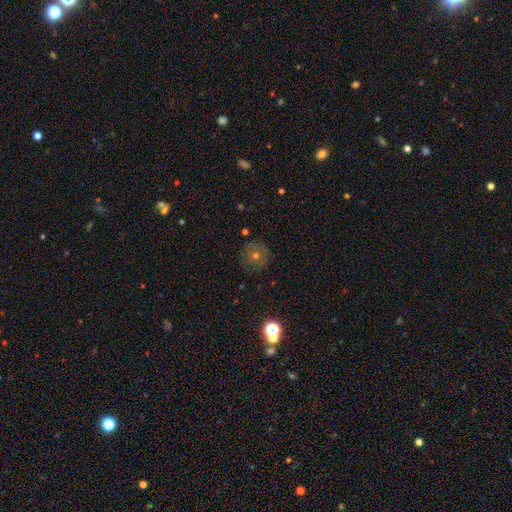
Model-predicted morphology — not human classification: smooth_or_featured: smooth (p=0.40) [alt: featured or disk p=0.32]
merging: none (p=0.82) [alt: minor disturbance p=0.11]